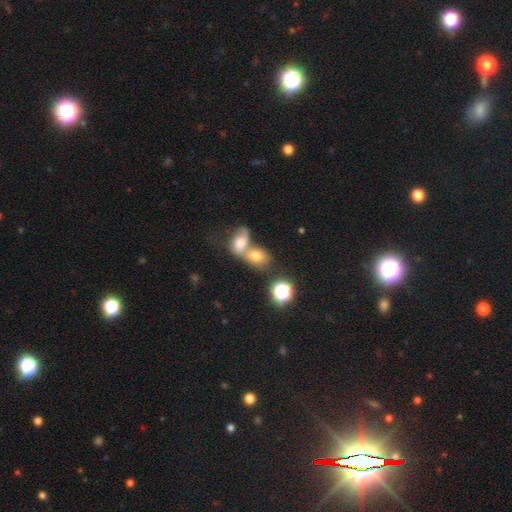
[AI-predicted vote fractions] This is likely a smooth galaxy (70%). How rounded: likely in between (65%). Merging: likely merger (65%).